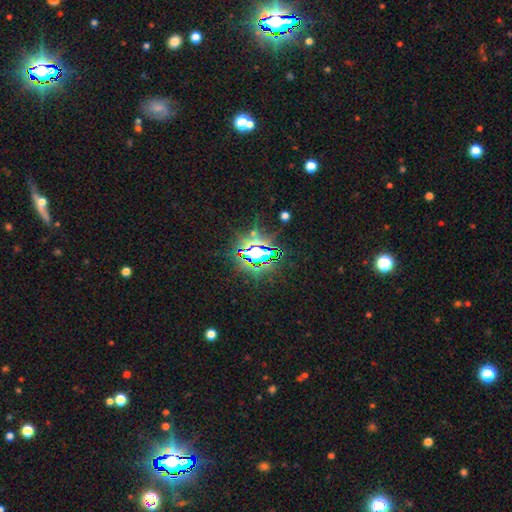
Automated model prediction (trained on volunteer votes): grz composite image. It shows a star or artifact, not a galaxy (81%).